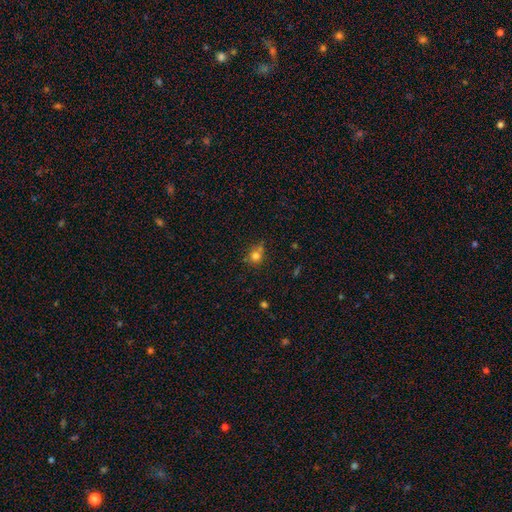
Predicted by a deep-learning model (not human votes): Smooth or featured? Predicted: smooth (p=0.75). How rounded? Predicted: round (p=0.84). Merging? Predicted: none (p=0.58).